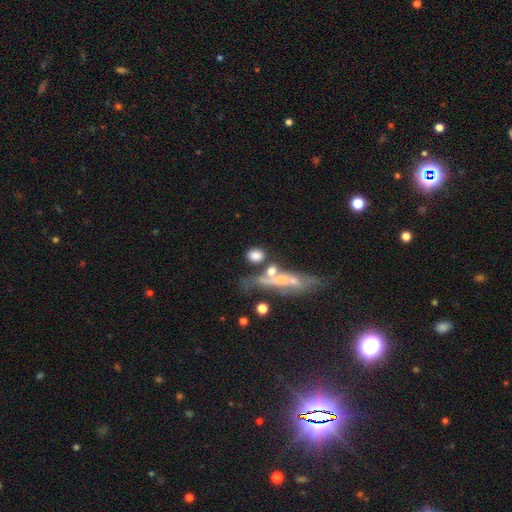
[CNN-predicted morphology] The model was most divided on "how rounded": in between: 48%, round: 42%, cigar-shaped: 11%. Remaining: smooth or featured — smooth (74%); merging — none (49%).